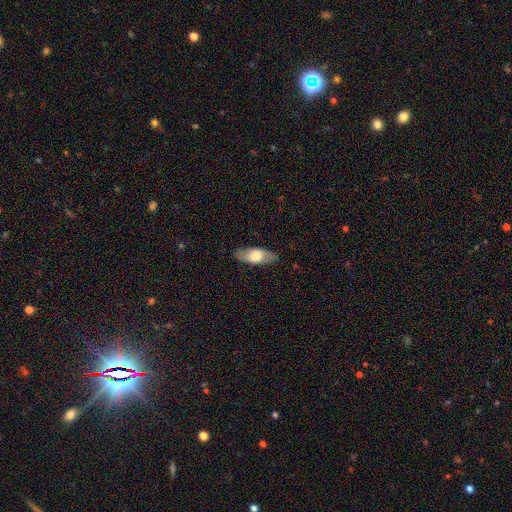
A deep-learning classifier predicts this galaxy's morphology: This appears to be a smooth galaxy with no disk features (55%) that is in between round and cigar-shaped (78%). Merging: none (84%).